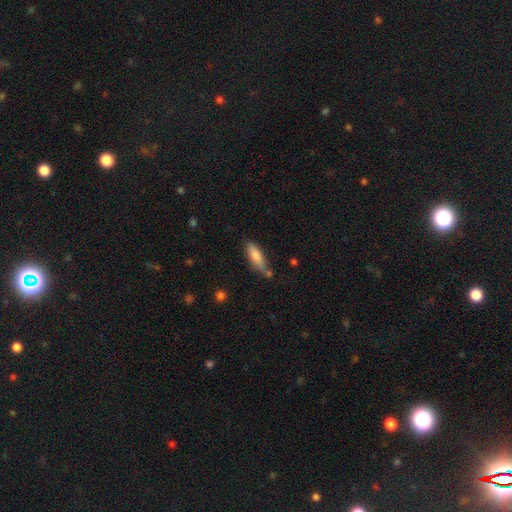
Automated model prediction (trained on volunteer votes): This is likely a smooth galaxy (78%). How rounded: possibly cigar-shaped (50%). Merging: likely none (60%).